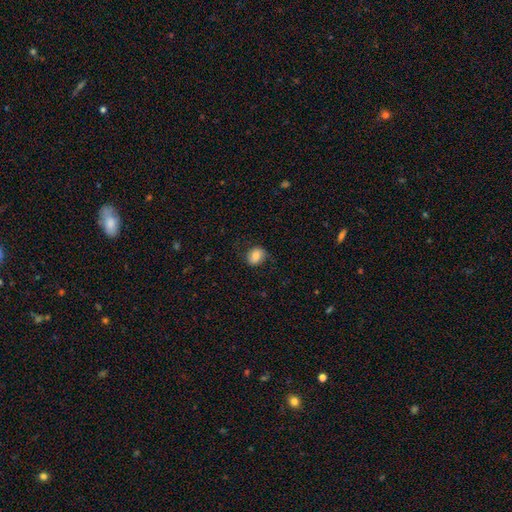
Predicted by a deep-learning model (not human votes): A smooth galaxy with no disk features (78%) that is round (54%).

Vote fractions:
- Smooth or featured? smooth: 78% / featured or disk: 14% / star or artifact: 9%
- How rounded? round: 54% / in between: 45% / cigar-shaped: 1%
- Merging? none: 77% / minor disturbance: 17% / major disturbance: 6% / merger: 1%